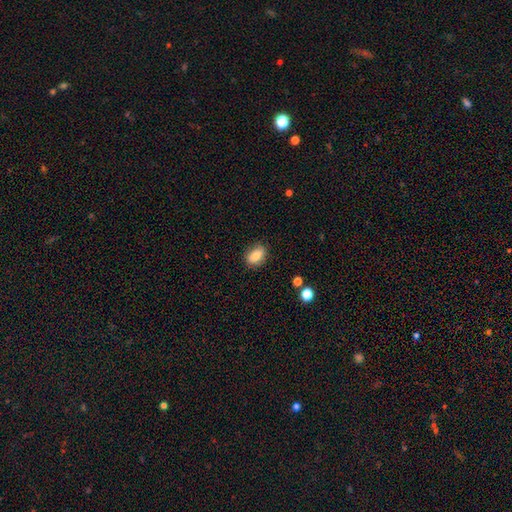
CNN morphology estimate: Overall: smooth (80%). How rounded: in between (80%). Merging: none (83%).